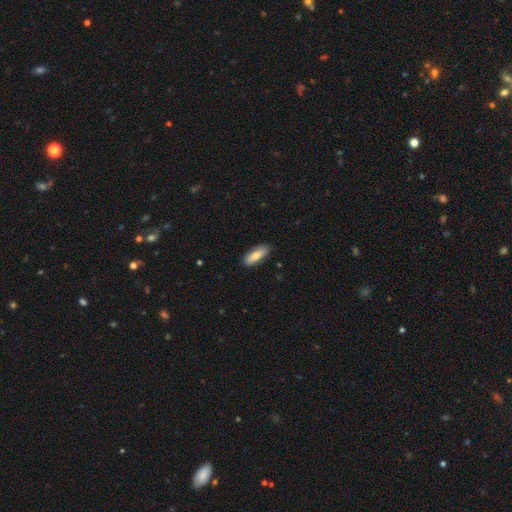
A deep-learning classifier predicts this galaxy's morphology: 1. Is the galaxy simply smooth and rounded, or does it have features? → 74% smooth, 20% featured or disk, 6% star or artifact.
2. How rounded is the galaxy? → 68% in between, 30% cigar-shaped, 2% round.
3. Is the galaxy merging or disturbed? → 87% none, 10% minor disturbance, 2% major disturbance, 1% merger.